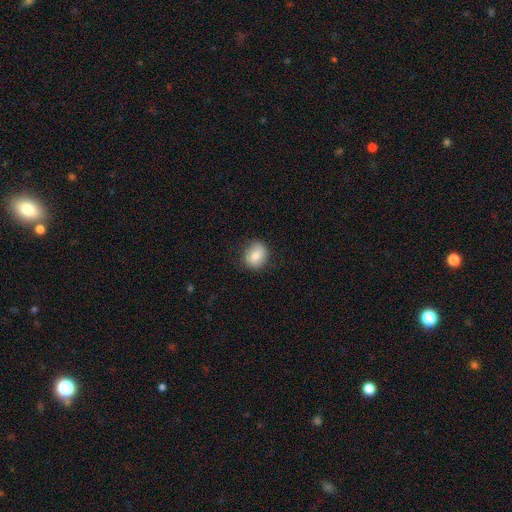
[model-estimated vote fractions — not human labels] smooth-or-featured: smooth: 80% | featured or disk: 12% | star or artifact: 8%
  how-rounded: round: 66% | in between: 33% | cigar-shaped: 1%
  merging: none: 81% | minor disturbance: 15% | major disturbance: 4% | merger: 1%